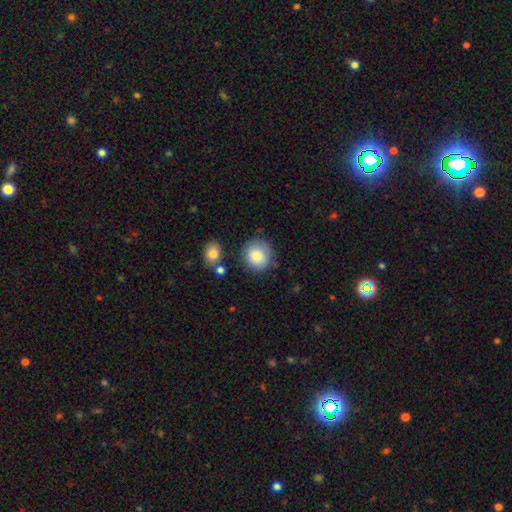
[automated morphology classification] This is clearly a smooth galaxy (85%). How rounded: clearly round (87%). Merging: likely none (78%).